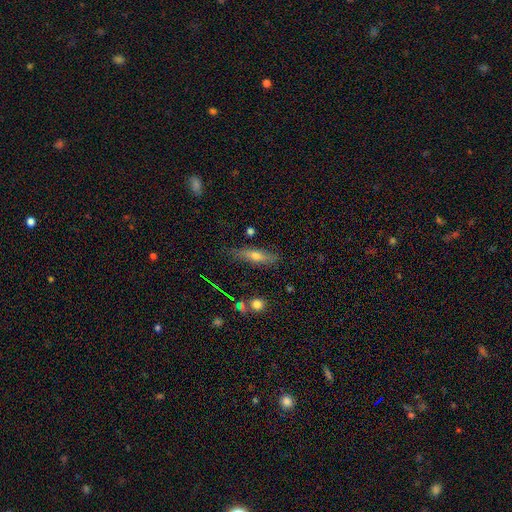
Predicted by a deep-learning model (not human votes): Smooth or featured: smooth — 48% (featured or disk — 41%)
Merging: none — 76% (minor disturbance — 16%)